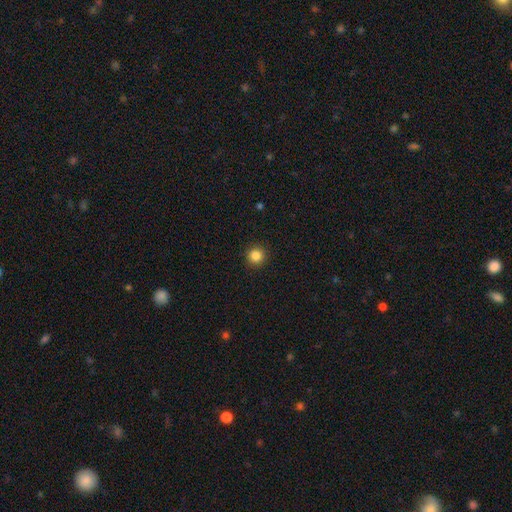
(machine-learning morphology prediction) Smooth or featured: smooth — 85% (star or artifact — 11%)
How rounded: round — 95% (in between — 4%)
Merging: none — 92% (minor disturbance — 5%)